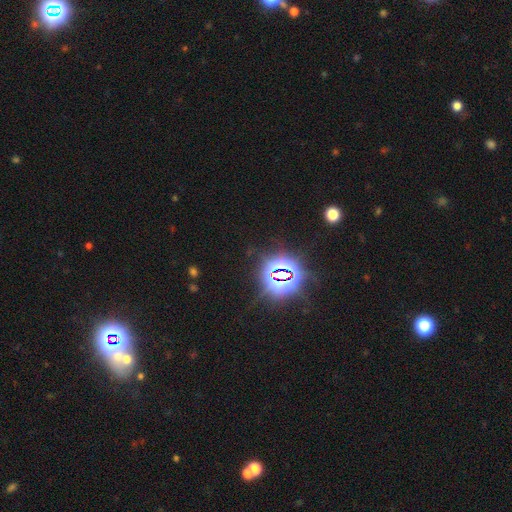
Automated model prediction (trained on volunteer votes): This is clearly a star or artifact rather than a galaxy (82%).